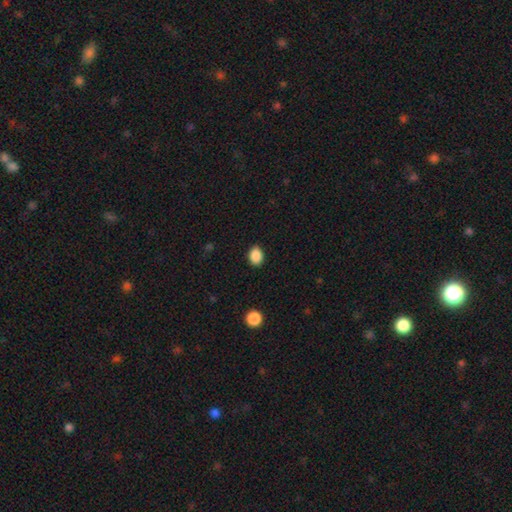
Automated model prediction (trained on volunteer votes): This is clearly a smooth galaxy (88%). How rounded: likely in between (64%). Merging: clearly none (88%).